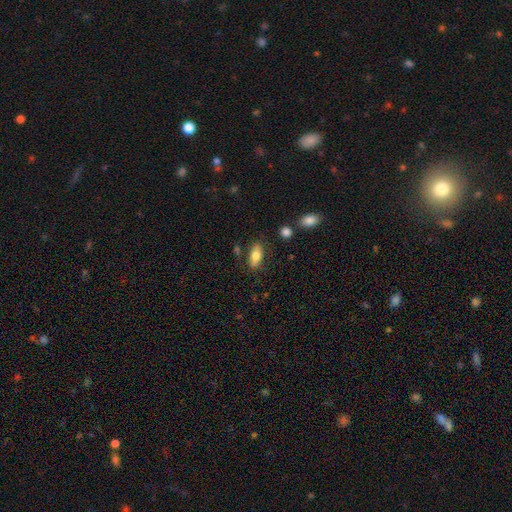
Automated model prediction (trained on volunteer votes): Smooth or featured?
  - smooth: 76% *
  - featured or disk: 17%
  - star or artifact: 7%
How rounded?
  - in between: 82% *
  - cigar-shaped: 15%
  - round: 3%
Merging?
  - none: 80% *
  - minor disturbance: 13%
  - merger: 4%
  - major disturbance: 3%